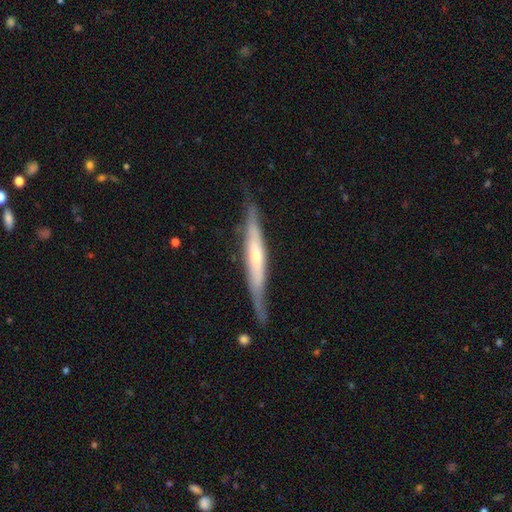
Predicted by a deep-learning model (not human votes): A featured or disk galaxy (68%) viewed edge-on (88%) with a rounded central bulge (58%). Merging: none (74%).